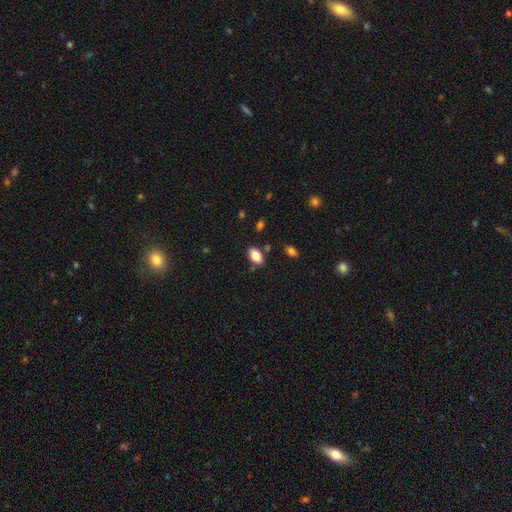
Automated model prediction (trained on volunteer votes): This is clearly a smooth galaxy (84%). How rounded: clearly in between (92%). Merging: clearly none (82%).